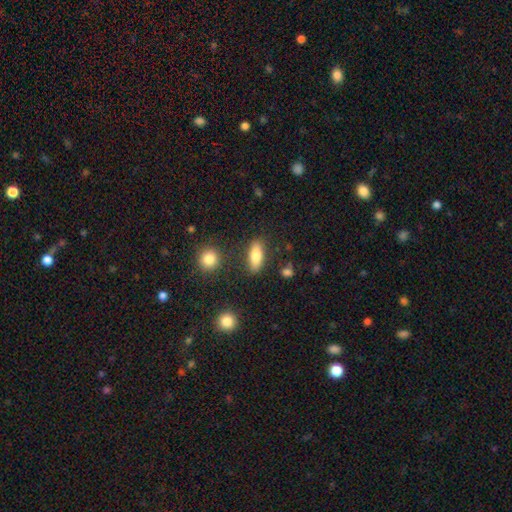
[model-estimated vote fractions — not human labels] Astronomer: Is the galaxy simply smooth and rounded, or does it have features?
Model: smooth — 79%.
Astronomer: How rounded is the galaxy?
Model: in between — 73%.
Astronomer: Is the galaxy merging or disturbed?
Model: none — 82%.